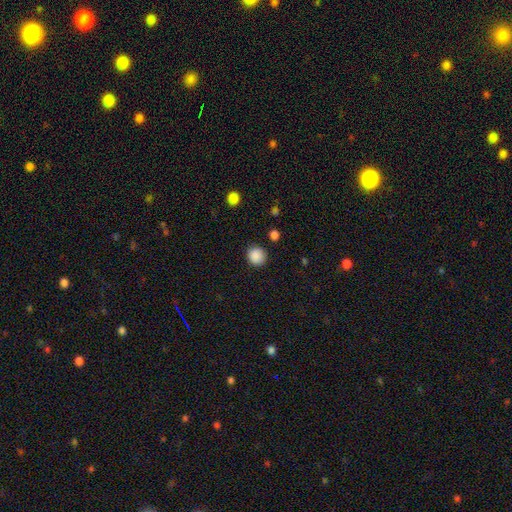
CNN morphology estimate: A smooth galaxy with no disk features (88%) that is round (88%). Merging: none (87%).